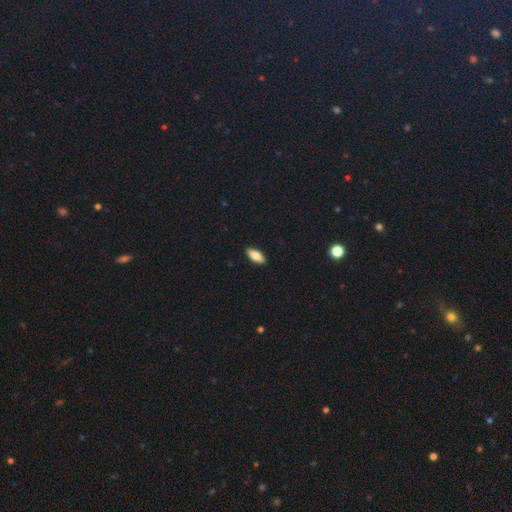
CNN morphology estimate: Smooth or featured? Predicted: smooth (p=0.80). How rounded? Predicted: in between (p=0.80). Merging? Predicted: none (p=0.90).